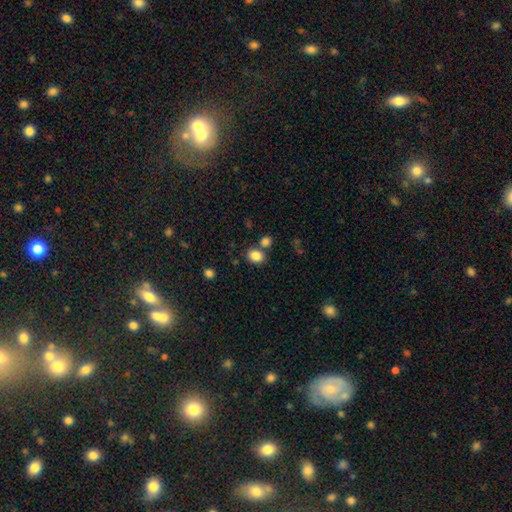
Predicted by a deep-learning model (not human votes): smooth-or-featured: smooth: 85% | star or artifact: 10% | featured or disk: 5%
  how-rounded: round: 51% | in between: 49% | cigar-shaped: 1%
  merging: none: 71% | merger: 16% | minor disturbance: 10% | major disturbance: 3%